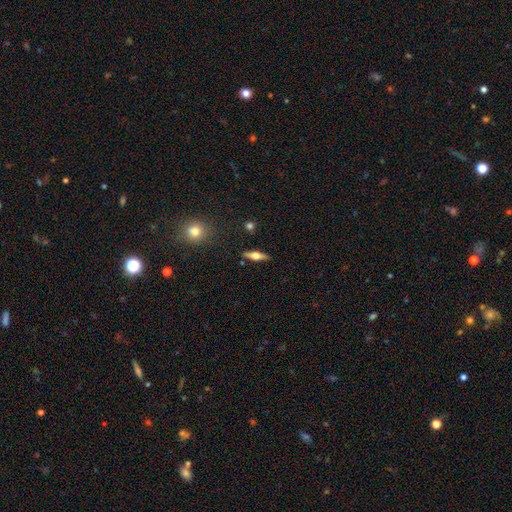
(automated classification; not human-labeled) Smooth or featured? featured or disk (54%)
Edge-on disk? yes (93%)
Merging? none (87%)